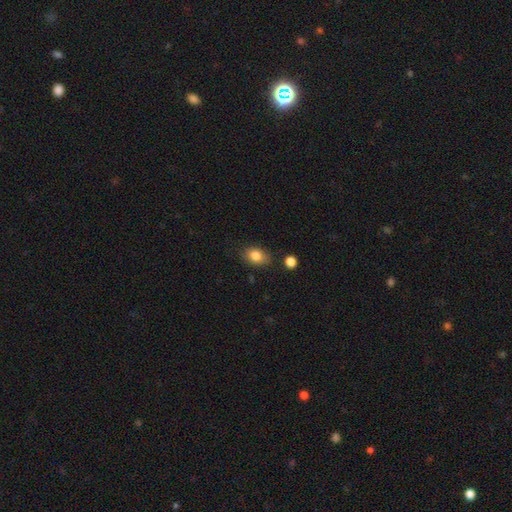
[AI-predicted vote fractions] smooth 84%, star or artifact 9%, featured or disk 7%. Down the decision tree: how rounded — in between (73%); merging — none (80%).